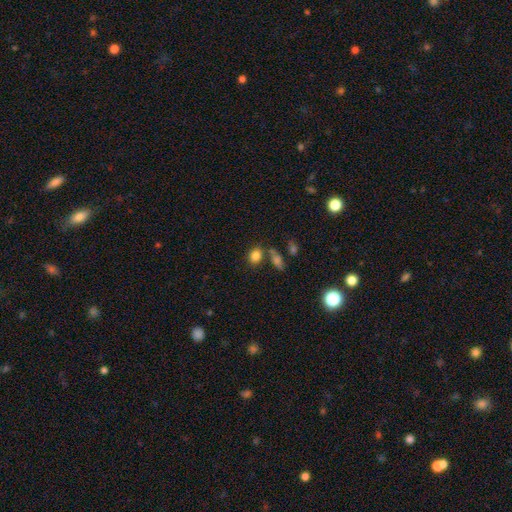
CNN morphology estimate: The model was most divided on "how rounded": in between: 58%, round: 40%, cigar-shaped: 2%. More confident: smooth or featured — smooth (82%); merging — none (65%).